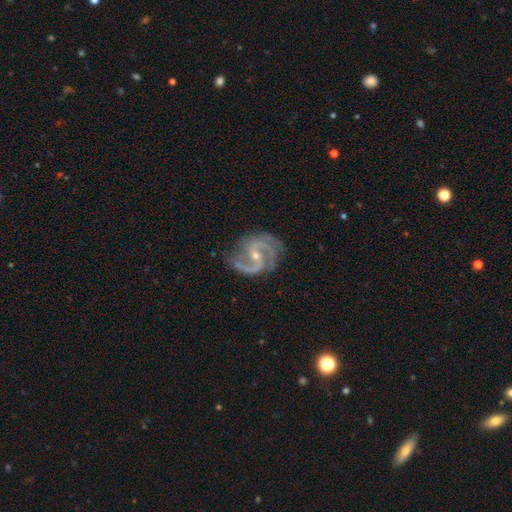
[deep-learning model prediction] Smooth or featured? Predicted: featured or disk (p=0.92). Edge-on disk? Predicted: no (p=0.98). Bar? Predicted: weak (p=0.44). Spiral arms? Predicted: yes (p=0.98). Spiral winding? Predicted: medium (p=0.60). Spiral arm count? Predicted: 2 (p=0.76). Bulge size? Predicted: small (p=0.60). Merging? Predicted: none (p=0.73).